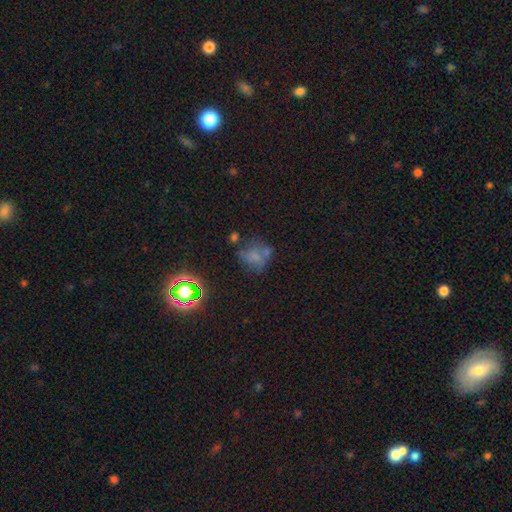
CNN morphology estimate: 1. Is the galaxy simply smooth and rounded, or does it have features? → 52% smooth, 26% star or artifact, 22% featured or disk.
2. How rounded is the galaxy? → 63% round, 35% in between, 2% cigar-shaped.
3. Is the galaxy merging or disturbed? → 47% none, 22% minor disturbance, 16% major disturbance, 16% merger.